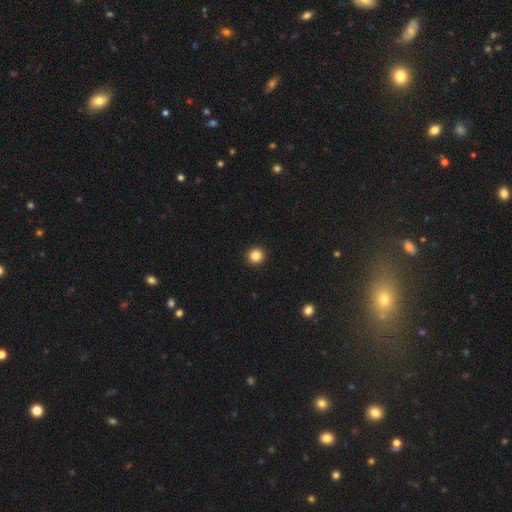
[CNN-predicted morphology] smooth 85%, star or artifact 11%, featured or disk 4%. Down the decision tree: how rounded — round (95%); merging — none (94%).